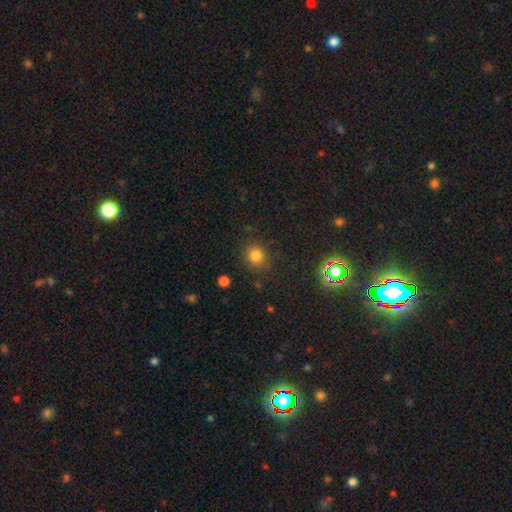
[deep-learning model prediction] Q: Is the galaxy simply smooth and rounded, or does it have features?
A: smooth — 79%.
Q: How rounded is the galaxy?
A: round — 83%.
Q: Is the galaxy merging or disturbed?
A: none — 85%.